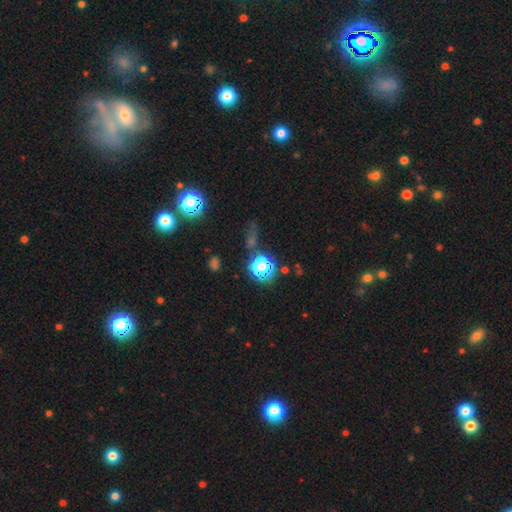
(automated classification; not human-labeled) Smooth or featured?
  - star or artifact: 61% *
  - smooth: 24%
  - featured or disk: 15%